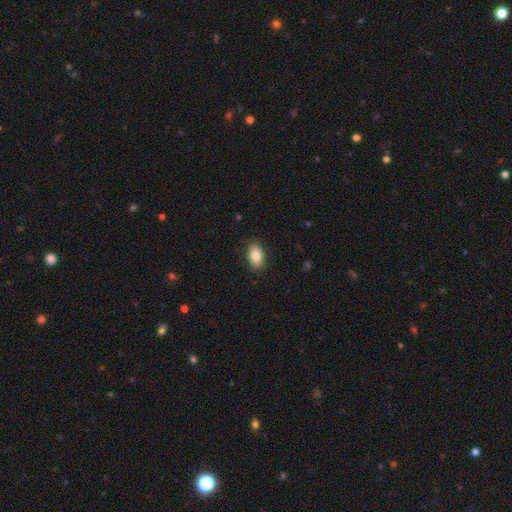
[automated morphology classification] Q: Smooth or featured?
A: smooth (82%); runner-up: featured or disk (10%)
Q: How rounded?
A: in between (90%); runner-up: round (8%)
Q: Merging?
A: none (88%); runner-up: minor disturbance (9%)